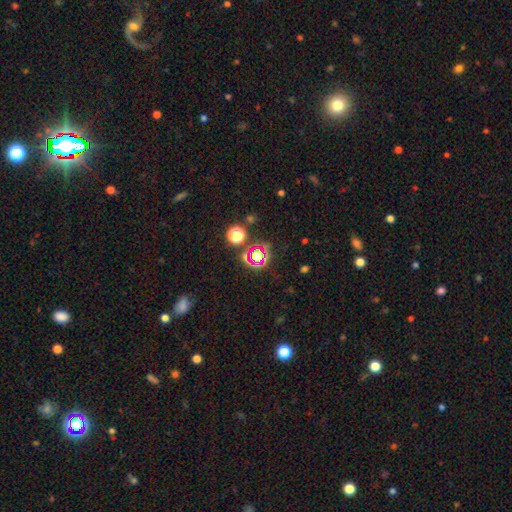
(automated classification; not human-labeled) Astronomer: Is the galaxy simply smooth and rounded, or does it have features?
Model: star or artifact — 64%.